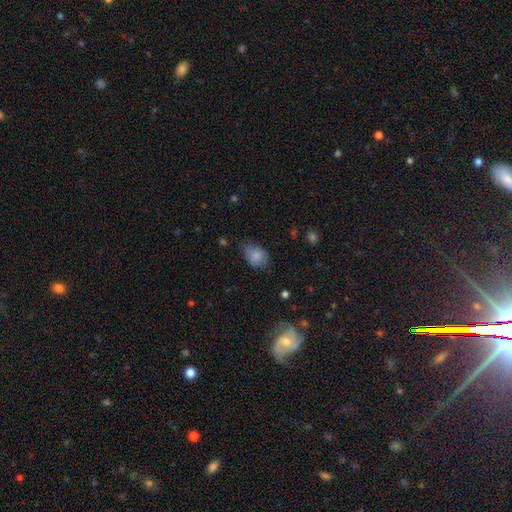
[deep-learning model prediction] A smooth galaxy with no disk features (82%) that is in between round and cigar-shaped (75%).

Vote fractions:
- Smooth or featured? smooth: 82% / featured or disk: 10% / star or artifact: 8%
- How rounded? in between: 75% / round: 23% / cigar-shaped: 1%
- Merging? none: 59% / minor disturbance: 32% / major disturbance: 8% / merger: 2%